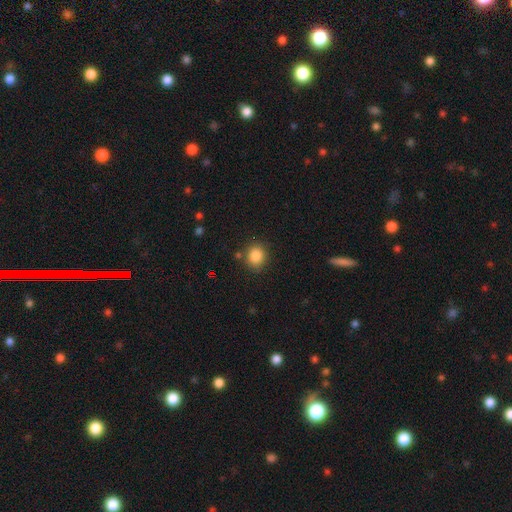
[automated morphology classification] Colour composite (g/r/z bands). It shows a smooth galaxy with no disk features (85%) that is round (78%). Merging: none (82%).